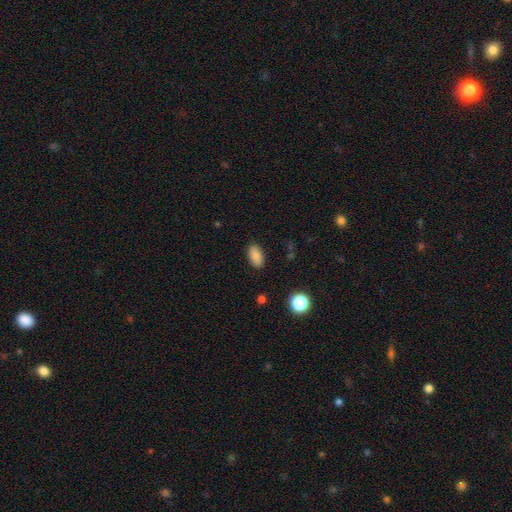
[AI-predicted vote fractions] Smooth or featured? smooth (85%)
How rounded? in between (91%)
Merging? none (88%)